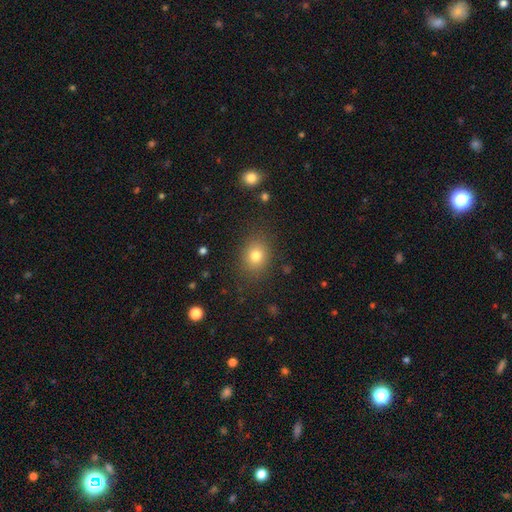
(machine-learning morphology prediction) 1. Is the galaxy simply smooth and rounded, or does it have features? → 78% smooth, 13% star or artifact, 9% featured or disk.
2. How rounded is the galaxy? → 57% round, 42% in between, 1% cigar-shaped.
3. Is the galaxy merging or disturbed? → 84% none, 10% minor disturbance, 4% major disturbance, 1% merger.